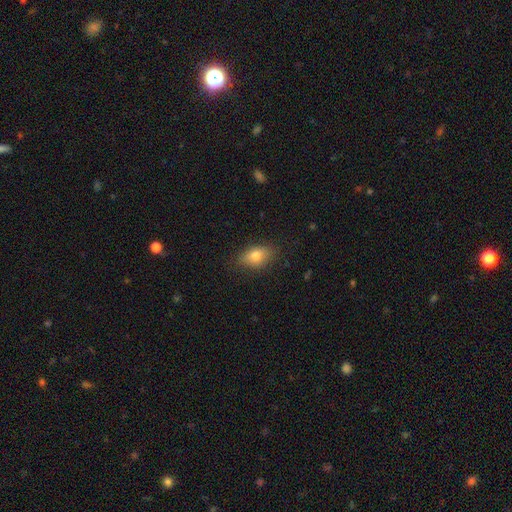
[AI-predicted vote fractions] Smooth or featured? Predicted: smooth (p=0.77). How rounded? Predicted: in between (p=0.83). Merging? Predicted: none (p=0.80).